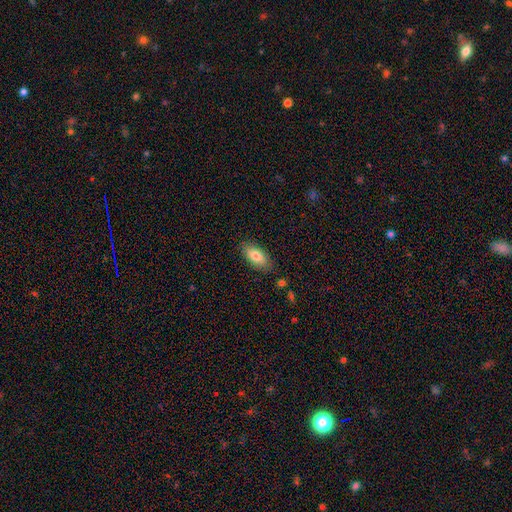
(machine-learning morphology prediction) Smooth or featured?
  - smooth: 81% *
  - featured or disk: 13%
  - star or artifact: 7%
How rounded?
  - in between: 89% *
  - cigar-shaped: 8%
  - round: 3%
Merging?
  - none: 84% *
  - minor disturbance: 11%
  - major disturbance: 2%
  - merger: 2%